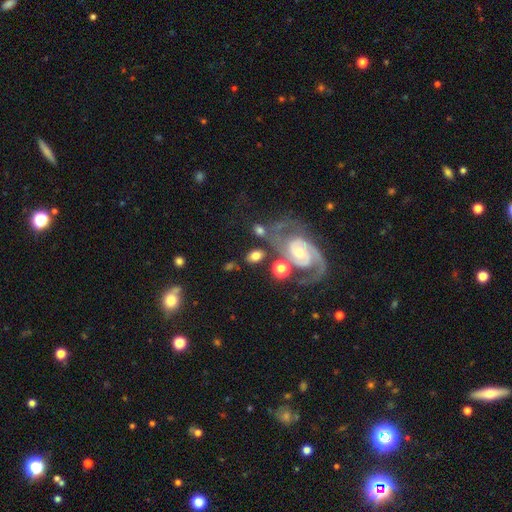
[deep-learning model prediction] This appears to be a smooth galaxy with no disk features (52%) that is in between round and cigar-shaped (74%). Merging: none (63%).